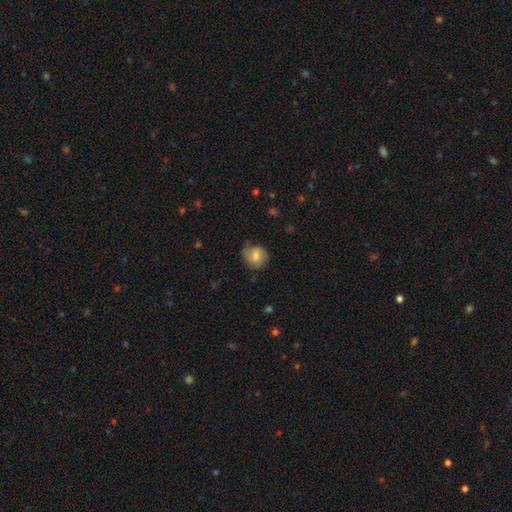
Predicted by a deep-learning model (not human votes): Morphology: type=smooth (72%); roundness=round (76%); merging=none (63%).